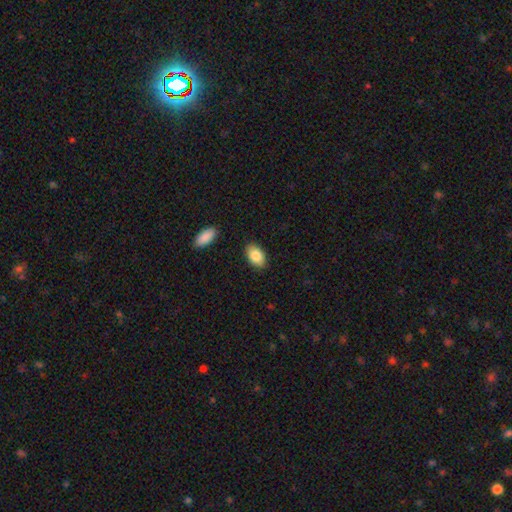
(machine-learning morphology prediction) type=smooth (85%); roundness=in between (92%); merging=none (87%).